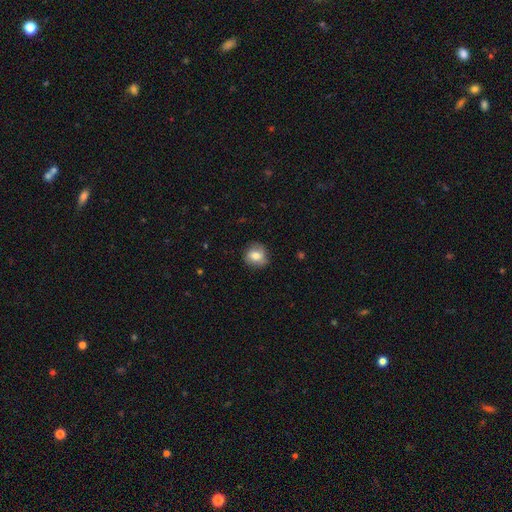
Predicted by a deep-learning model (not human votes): smooth 72%, featured or disk 19%, star or artifact 9%. Down the decision tree: how rounded — round (84%); merging — none (80%).